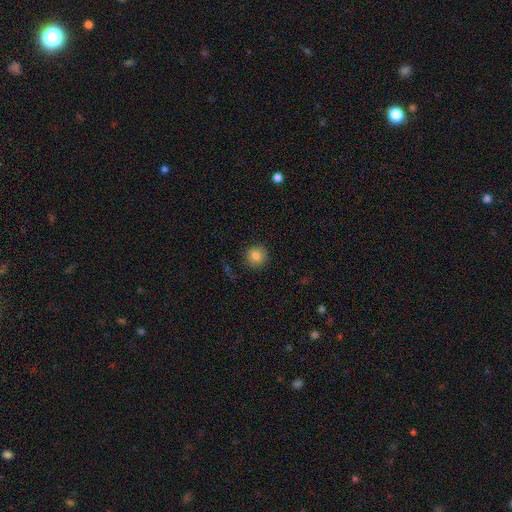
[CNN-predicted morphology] type=smooth (81%); roundness=round (93%); merging=none (88%).